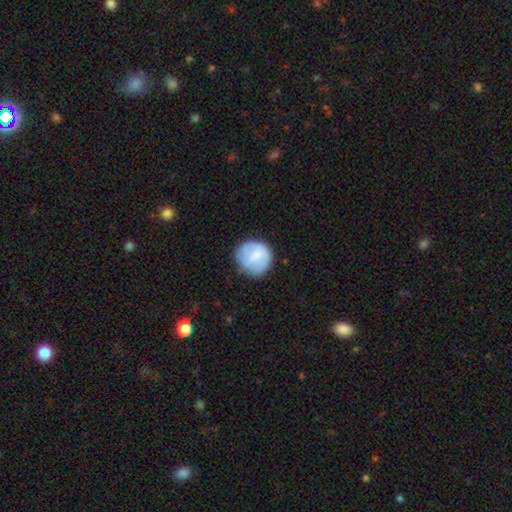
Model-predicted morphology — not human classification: A smooth galaxy with no disk features (65%) that is round (90%). Merging: none (72%).